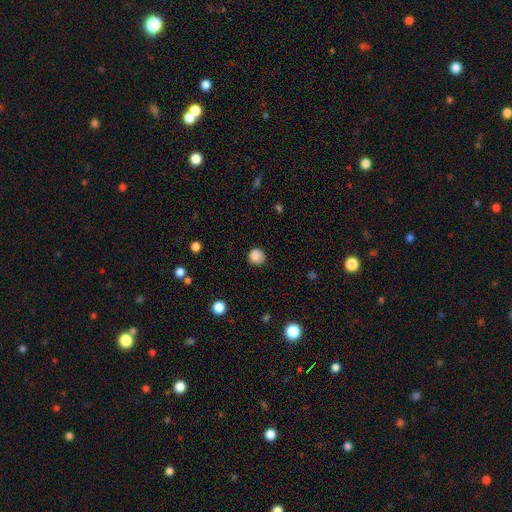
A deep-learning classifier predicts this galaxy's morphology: Smooth or featured?
  - smooth: 86% *
  - star or artifact: 11%
  - featured or disk: 4%
How rounded?
  - round: 87% *
  - in between: 12%
  - cigar-shaped: 1%
Merging?
  - none: 79% *
  - minor disturbance: 16%
  - major disturbance: 4%
  - merger: 1%